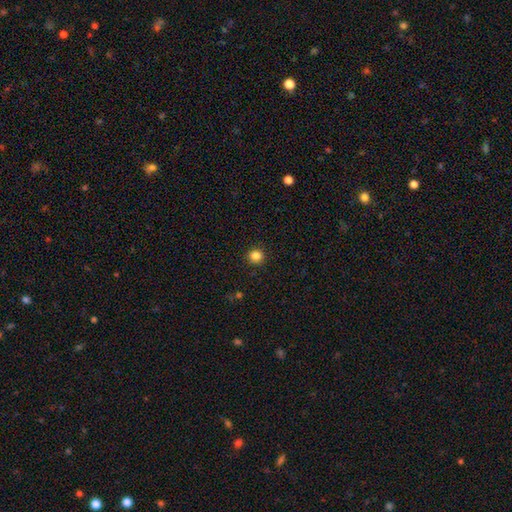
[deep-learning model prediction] Q: Smooth or featured?
A: smooth (84%); runner-up: star or artifact (12%)
Q: How rounded?
A: round (91%); runner-up: in between (8%)
Q: Merging?
A: none (92%); runner-up: minor disturbance (5%)